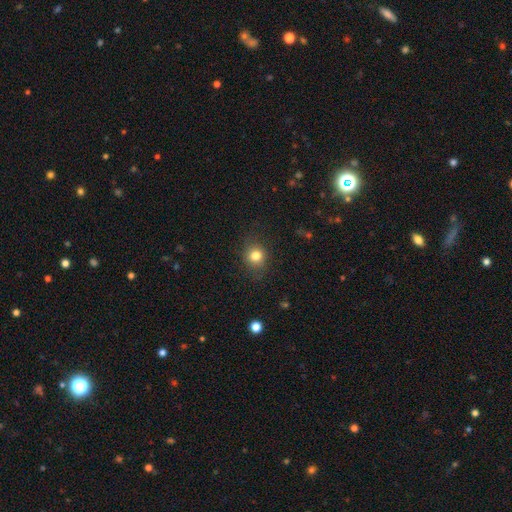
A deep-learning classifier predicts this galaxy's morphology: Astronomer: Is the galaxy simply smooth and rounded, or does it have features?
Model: smooth — 81%.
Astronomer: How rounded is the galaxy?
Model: round — 77%.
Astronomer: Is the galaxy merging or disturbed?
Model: none — 83%.